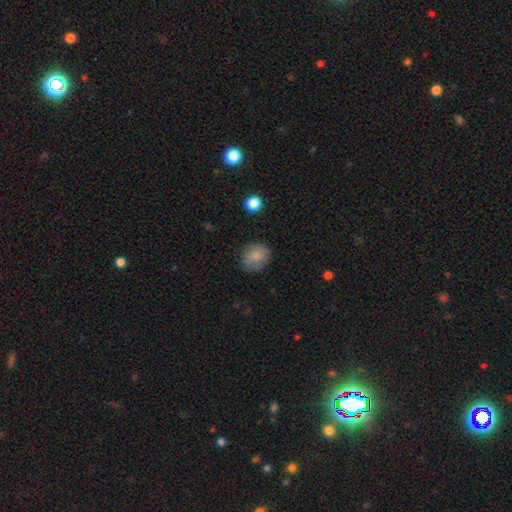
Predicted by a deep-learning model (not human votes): Morphology: type=smooth (81%); roundness=round (60%); merging=none (74%).